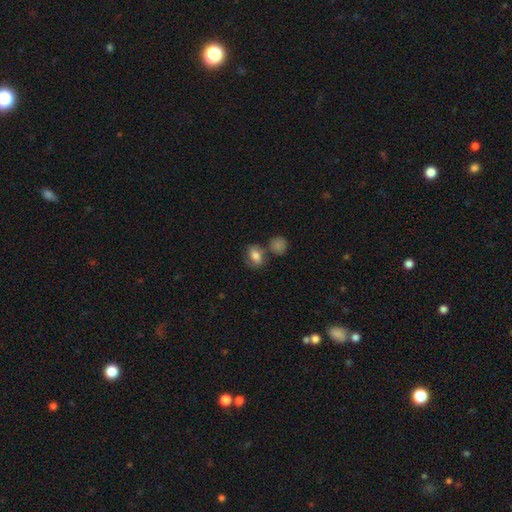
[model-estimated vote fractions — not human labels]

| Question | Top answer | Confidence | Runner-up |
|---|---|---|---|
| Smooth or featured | smooth | 77% | featured or disk (14%) |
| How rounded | in between | 74% | round (24%) |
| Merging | none | 56% | merger (20%) |